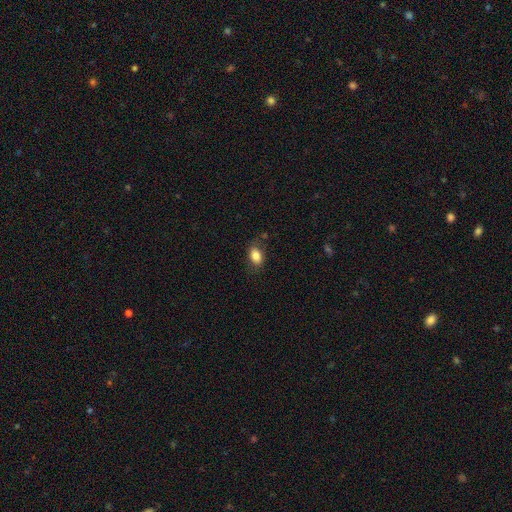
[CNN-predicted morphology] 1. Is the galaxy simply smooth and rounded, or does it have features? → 85% smooth, 9% star or artifact, 7% featured or disk.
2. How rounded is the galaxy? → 80% in between, 18% round, 1% cigar-shaped.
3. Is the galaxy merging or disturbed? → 78% none, 16% minor disturbance, 4% major disturbance, 2% merger.